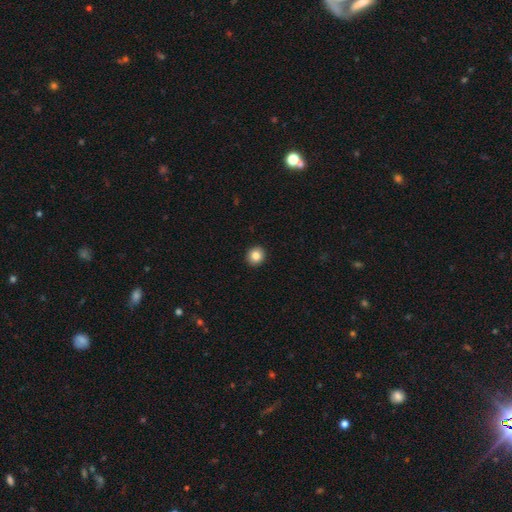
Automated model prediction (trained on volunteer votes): Smooth or featured? smooth (84%)
How rounded? round (88%)
Merging? none (93%)